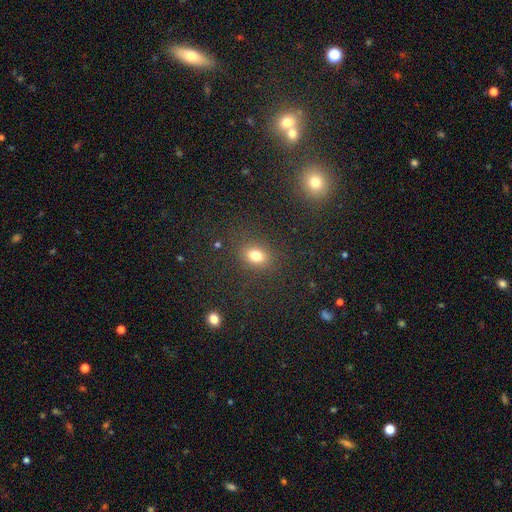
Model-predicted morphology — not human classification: smooth 76%, star or artifact 17%, featured or disk 8%. Down the decision tree: how rounded — in between (59%); merging — none (83%).